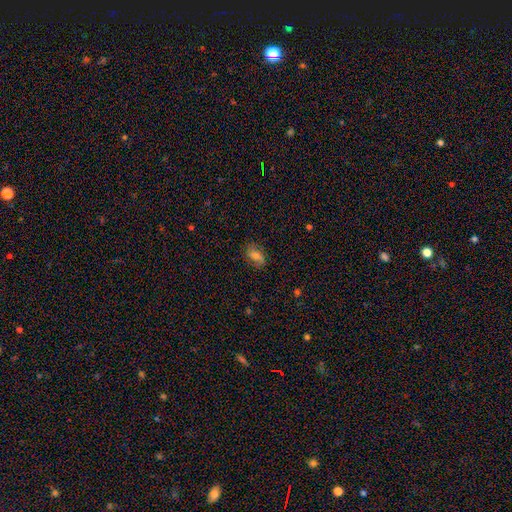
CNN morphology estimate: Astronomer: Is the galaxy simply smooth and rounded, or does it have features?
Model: smooth — 57%.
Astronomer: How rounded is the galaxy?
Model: in between — 84%.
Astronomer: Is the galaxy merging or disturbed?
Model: none — 73%.